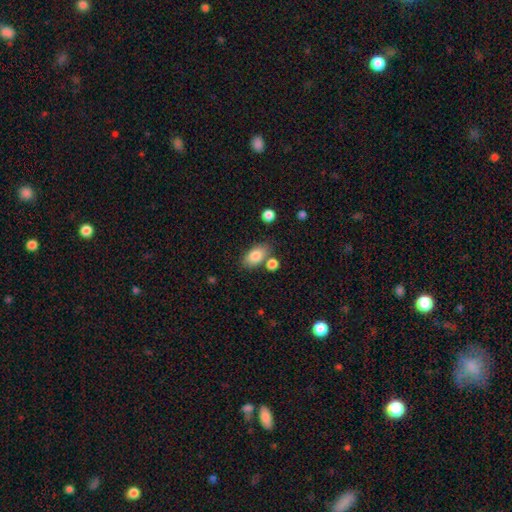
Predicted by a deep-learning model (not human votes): The model was most divided on "merging": none: 70%, minor disturbance: 14%, merger: 13%, major disturbance: 4%. More confident: how rounded — in between (88%); smooth or featured — smooth (82%).